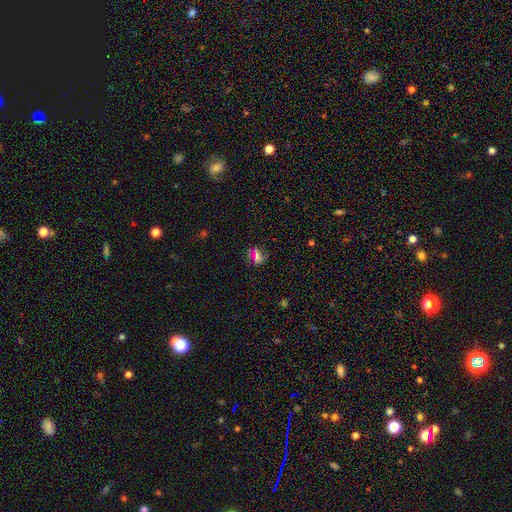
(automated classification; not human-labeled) This is marginally a smooth galaxy (45%). Merging: likely none (76%).